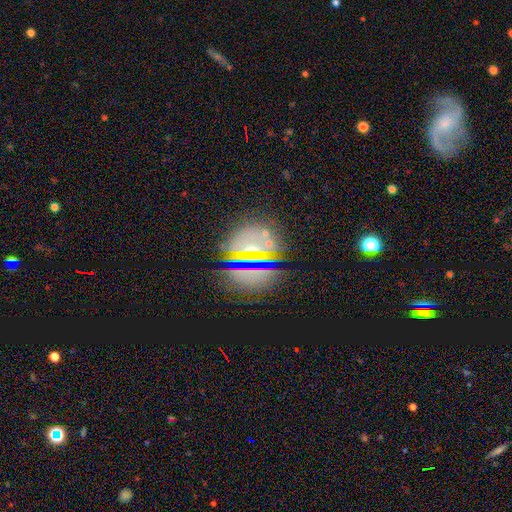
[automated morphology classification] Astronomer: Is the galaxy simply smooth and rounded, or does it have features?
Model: star or artifact — 49% (runner-up: smooth, 27%).